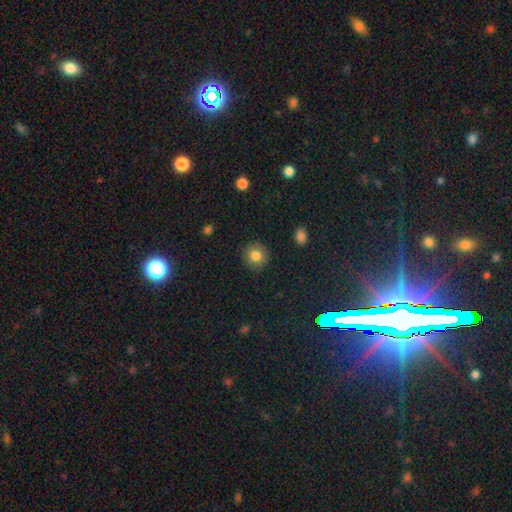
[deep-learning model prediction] A smooth galaxy with no disk features (83%) that is round (88%).

Vote fractions:
- Smooth or featured? smooth: 83% / star or artifact: 10% / featured or disk: 7%
- How rounded? round: 88% / in between: 11% / cigar-shaped: 1%
- Merging? none: 89% / minor disturbance: 8% / major disturbance: 2% / merger: 1%